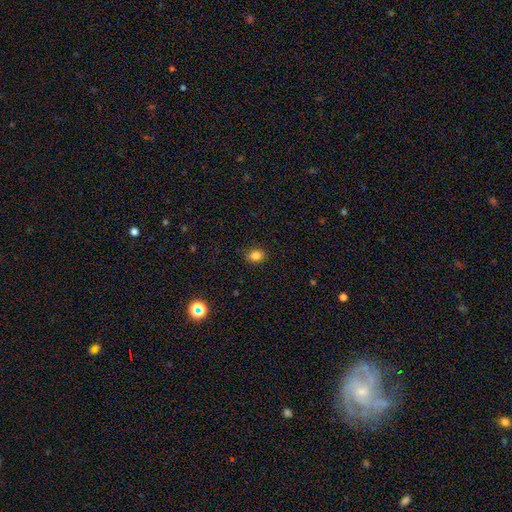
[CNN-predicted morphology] smooth 82%, star or artifact 12%, featured or disk 6%. Down the decision tree: how rounded — in between (64%); merging — none (88%).